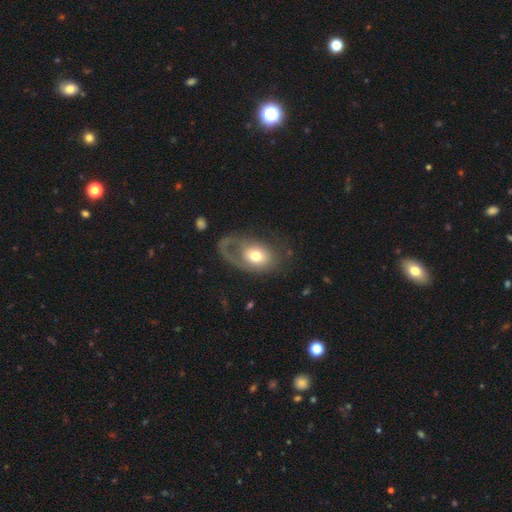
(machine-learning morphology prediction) The model was most divided on "smooth or featured": smooth: 50%, featured or disk: 43%, star or artifact: 7%. Remaining: merging — major disturbance (44%).